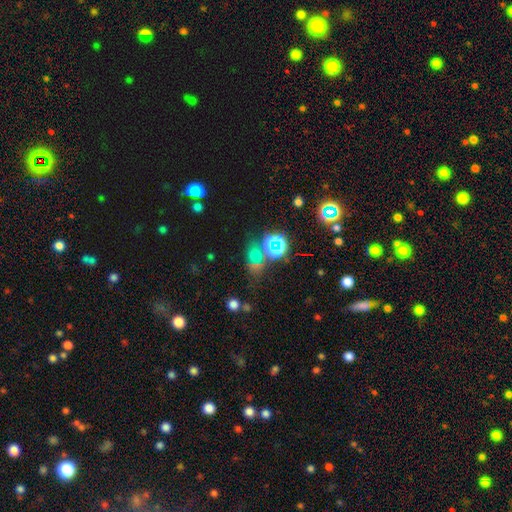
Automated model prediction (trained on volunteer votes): smooth_or_featured: star or artifact (p=0.51) [alt: smooth p=0.38]